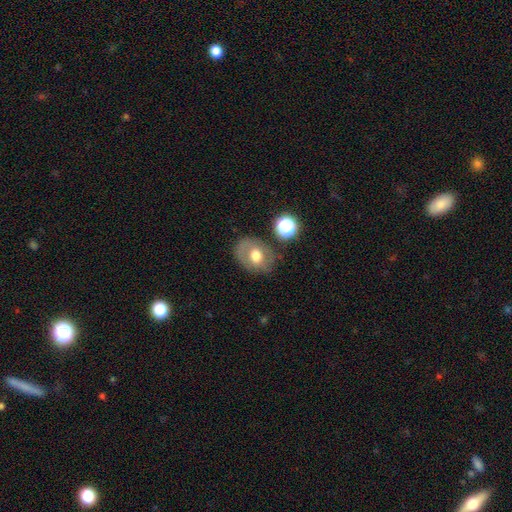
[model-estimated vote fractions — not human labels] smooth 58%, featured or disk 31%, star or artifact 10%. Down the decision tree: how rounded — in between (56%); merging — none (72%).